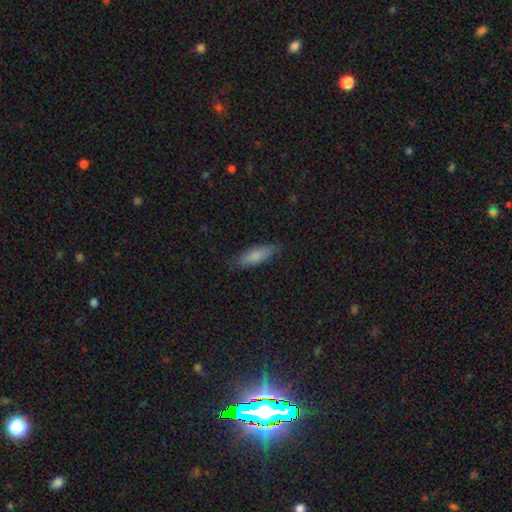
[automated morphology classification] smooth 79%, featured or disk 15%, star or artifact 6%. Down the decision tree: how rounded — in between (49%, tied with cigar-shaped); merging — none (82%).